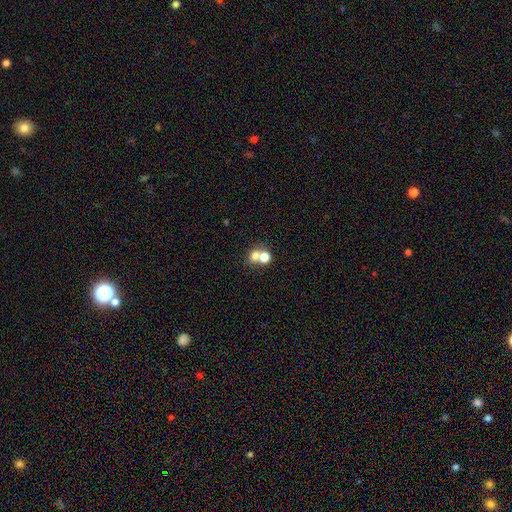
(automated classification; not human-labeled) A smooth galaxy with no disk features (70%) that is round (71%).

Vote fractions:
- Smooth or featured? smooth: 70% / star or artifact: 15% / featured or disk: 15%
- How rounded? round: 71% / in between: 28% / cigar-shaped: 1%
- Merging? merger: 55% / none: 36% / minor disturbance: 6% / major disturbance: 3%